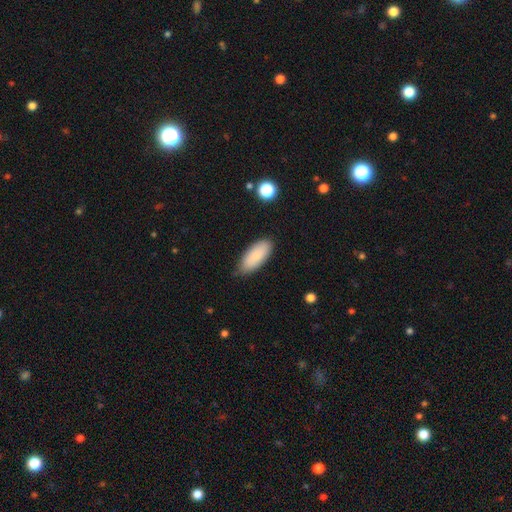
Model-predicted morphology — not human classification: Overall: smooth (84%). How rounded: in between (84%). Merging: none (79%).